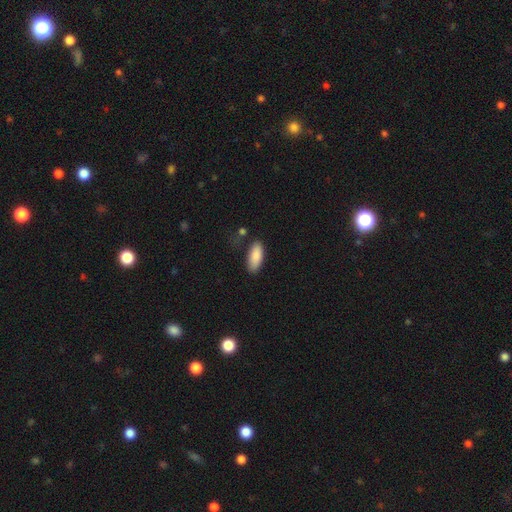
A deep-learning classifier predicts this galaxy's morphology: A smooth galaxy with no disk features (88%) that is in between round and cigar-shaped (80%).

Vote fractions:
- Smooth or featured? smooth: 88% / featured or disk: 6% / star or artifact: 6%
- How rounded? in between: 80% / cigar-shaped: 19% / round: 2%
- Merging? none: 75% / minor disturbance: 17% / major disturbance: 4% / merger: 4%